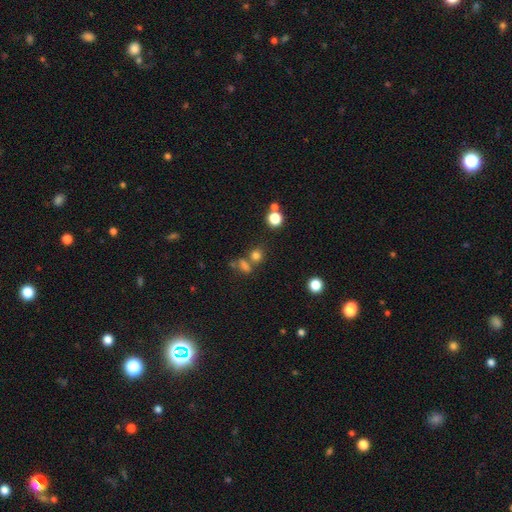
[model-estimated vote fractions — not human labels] This is likely a smooth galaxy (74%). How rounded: likely round (68%). Merging: possibly none (58%).